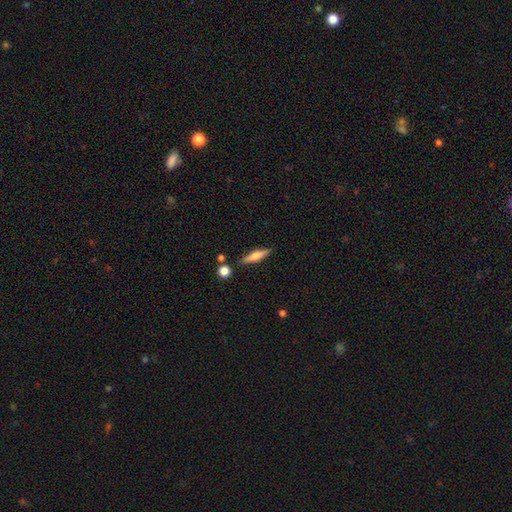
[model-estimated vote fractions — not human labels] Overall: smooth (50%; featured or disk 43%). How rounded: cigar-shaped (73%). Merging: none (84%).